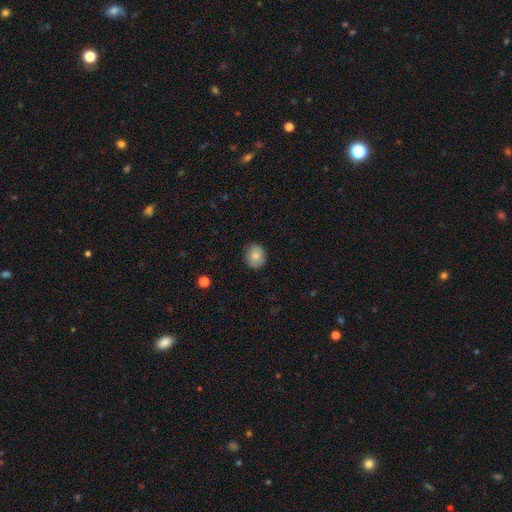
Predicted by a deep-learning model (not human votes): Smooth or featured?
  - smooth: 75% *
  - featured or disk: 17%
  - star or artifact: 8%
How rounded?
  - round: 72% *
  - in between: 27%
  - cigar-shaped: 1%
Merging?
  - none: 83% *
  - minor disturbance: 14%
  - major disturbance: 3%
  - merger: 1%